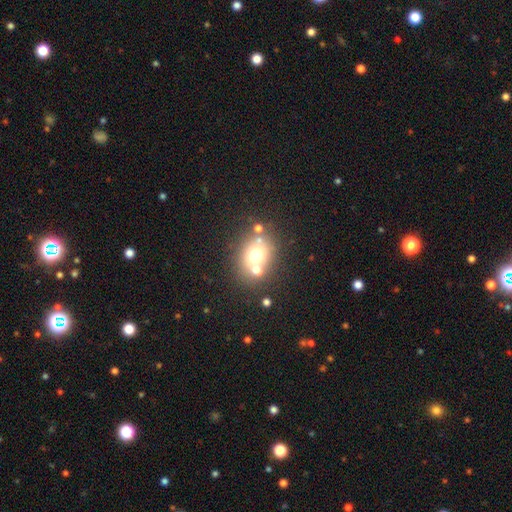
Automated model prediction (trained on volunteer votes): Smooth or featured: smooth — 62% (featured or disk — 22%)
How rounded: round — 63% (in between — 36%)
Merging: none — 53% (merger — 31%)